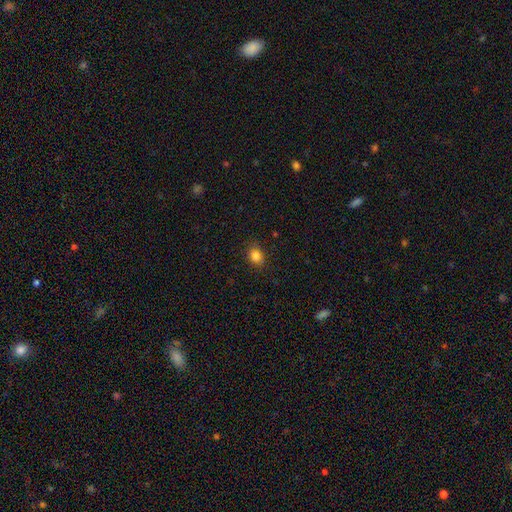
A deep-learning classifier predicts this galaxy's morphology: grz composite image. It shows a smooth galaxy with no disk features (84%) that is in between round and cigar-shaped (54%). Merging: none (85%).